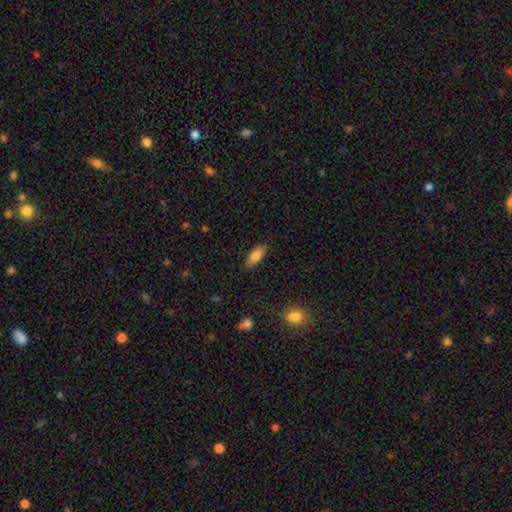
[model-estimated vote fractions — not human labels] smooth-or-featured: smooth: 80% | featured or disk: 13% | star or artifact: 7%
  how-rounded: in between: 81% | cigar-shaped: 17% | round: 2%
  merging: none: 86% | minor disturbance: 11% | major disturbance: 2% | merger: 1%